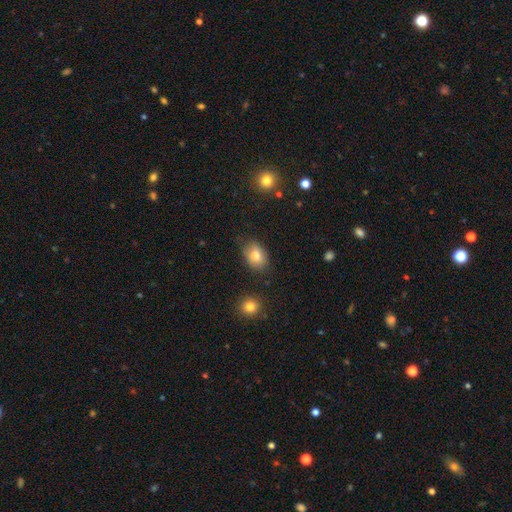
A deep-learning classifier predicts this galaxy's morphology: A smooth galaxy with no disk features (81%) that is in between round and cigar-shaped (76%).

Vote fractions:
- Smooth or featured? smooth: 81% / featured or disk: 10% / star or artifact: 9%
- How rounded? in between: 76% / round: 23% / cigar-shaped: 1%
- Merging? none: 77% / minor disturbance: 17% / major disturbance: 3% / merger: 3%